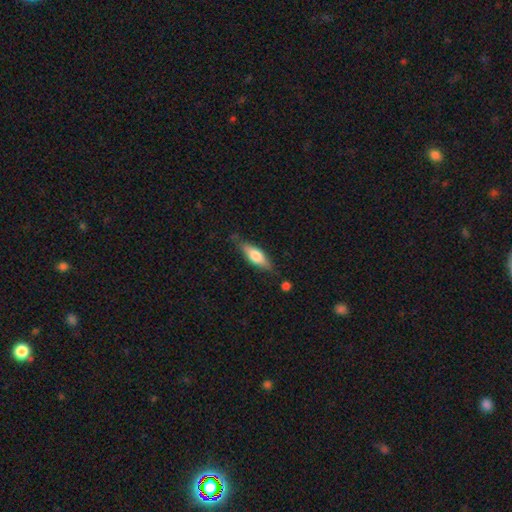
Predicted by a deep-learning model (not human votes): This is likely a smooth galaxy (61%). How rounded: possibly in between (52%). Merging: likely none (75%).